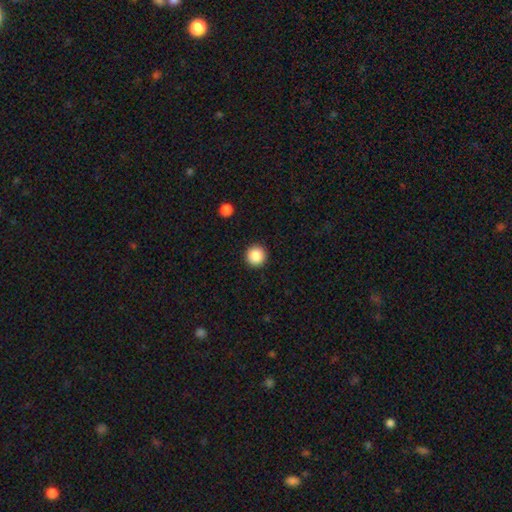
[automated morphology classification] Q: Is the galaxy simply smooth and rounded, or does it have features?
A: smooth — 87%.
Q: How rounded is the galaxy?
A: round — 96%.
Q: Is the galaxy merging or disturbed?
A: none — 93%.